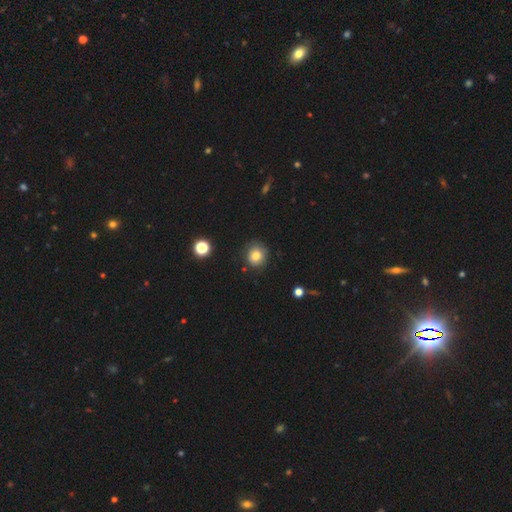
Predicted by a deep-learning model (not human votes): smooth_or_featured: smooth (p=0.81) [alt: star or artifact p=0.11]
how_rounded: round (p=0.84) [alt: in between p=0.15]
merging: none (p=0.82) [alt: minor disturbance p=0.13]